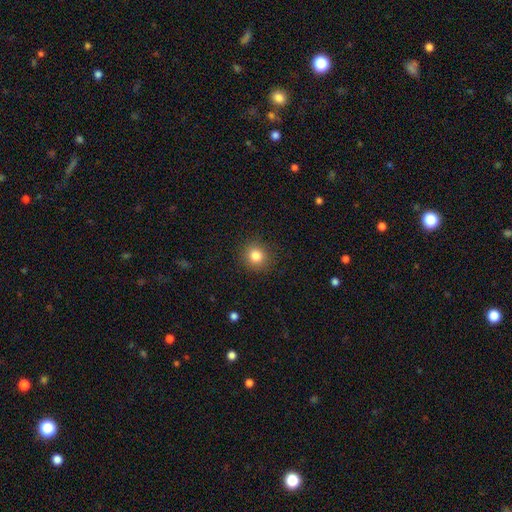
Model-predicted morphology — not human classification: type=smooth (83%); roundness=round (90%); merging=none (90%).